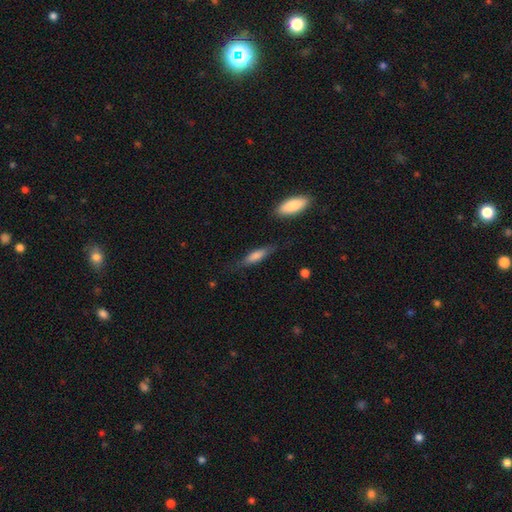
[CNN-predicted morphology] Smooth or featured? Predicted: smooth (p=0.72). How rounded? Predicted: cigar-shaped (p=0.60). Merging? Predicted: none (p=0.70).